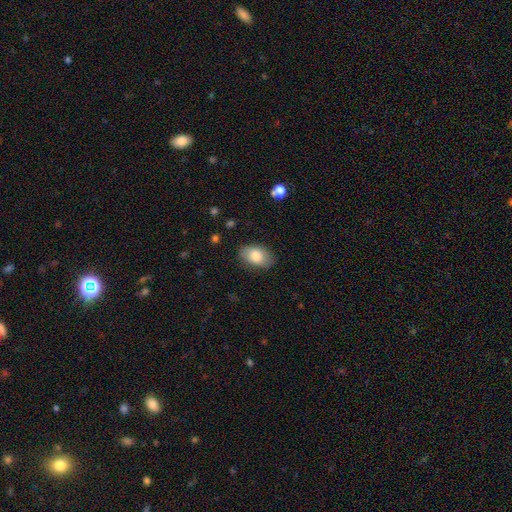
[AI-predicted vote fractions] Morphology: type=smooth (82%); roundness=in between (90%); merging=none (83%).